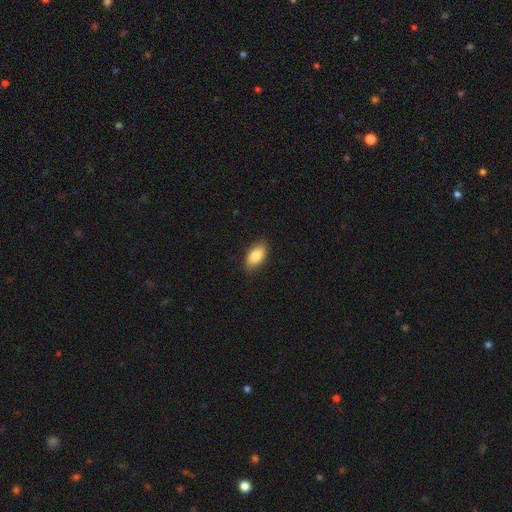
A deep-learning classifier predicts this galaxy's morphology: A smooth galaxy with no disk features (84%) that is in between round and cigar-shaped (91%). Merging: none (86%).